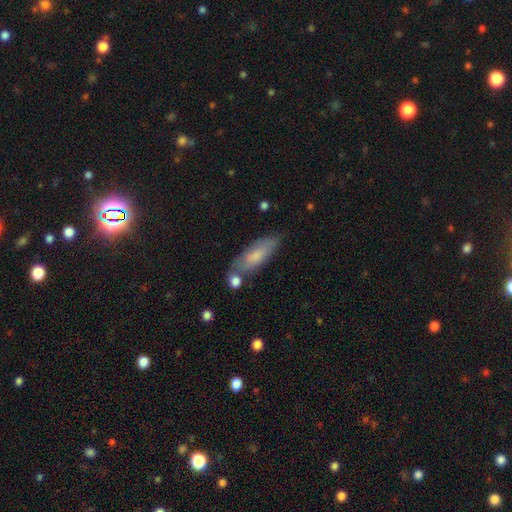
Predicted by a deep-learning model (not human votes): Smooth or featured: smooth — 70% (featured or disk — 23%)
How rounded: in between — 59% (cigar-shaped — 39%)
Merging: none — 68% (minor disturbance — 19%)